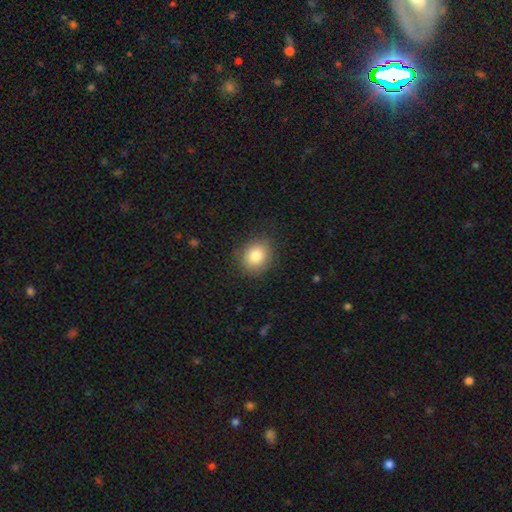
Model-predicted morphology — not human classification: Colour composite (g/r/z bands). It shows a smooth galaxy with no disk features (85%) that is round (64%). Merging: none (85%).